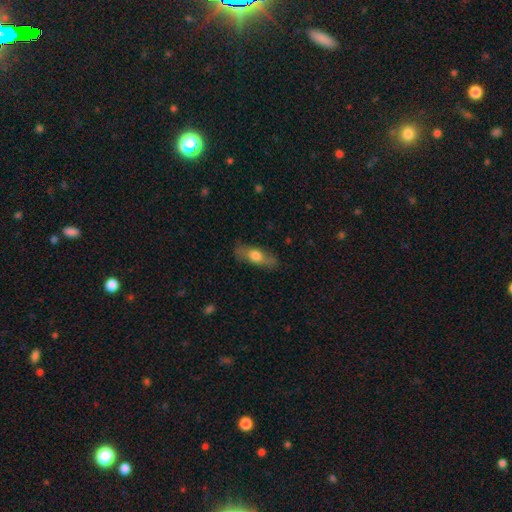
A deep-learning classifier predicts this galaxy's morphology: smooth_or_featured: smooth (p=0.62) [alt: featured or disk p=0.31]
how_rounded: in between (p=0.57) [alt: cigar-shaped p=0.38]
merging: none (p=0.79) [alt: minor disturbance p=0.16]